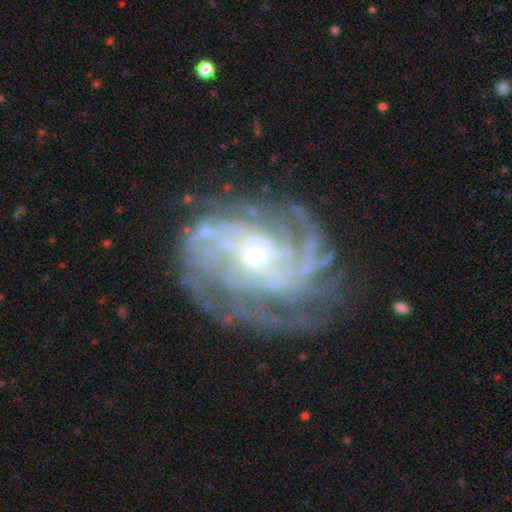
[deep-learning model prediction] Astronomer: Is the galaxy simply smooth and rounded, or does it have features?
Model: featured or disk — 89%.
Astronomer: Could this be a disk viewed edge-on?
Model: no — 97%.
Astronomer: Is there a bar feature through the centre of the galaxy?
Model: no — 67%.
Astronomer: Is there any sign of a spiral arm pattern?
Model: yes — 96%.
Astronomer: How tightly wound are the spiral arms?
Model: tight — 65%.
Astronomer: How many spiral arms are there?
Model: can't tell — 27% (runner-up: 4, 21%).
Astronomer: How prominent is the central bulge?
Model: small — 65%.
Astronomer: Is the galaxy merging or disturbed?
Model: none — 71%.